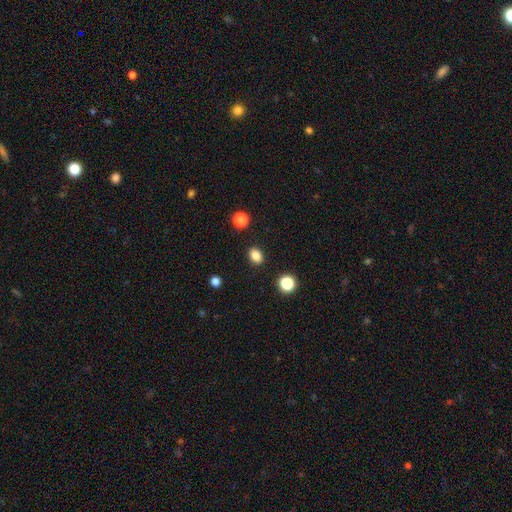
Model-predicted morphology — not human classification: Smooth or featured?
  - smooth: 85% *
  - star or artifact: 11%
  - featured or disk: 4%
How rounded?
  - in between: 65% *
  - round: 34%
  - cigar-shaped: 1%
Merging?
  - none: 88% *
  - minor disturbance: 8%
  - major disturbance: 2%
  - merger: 2%